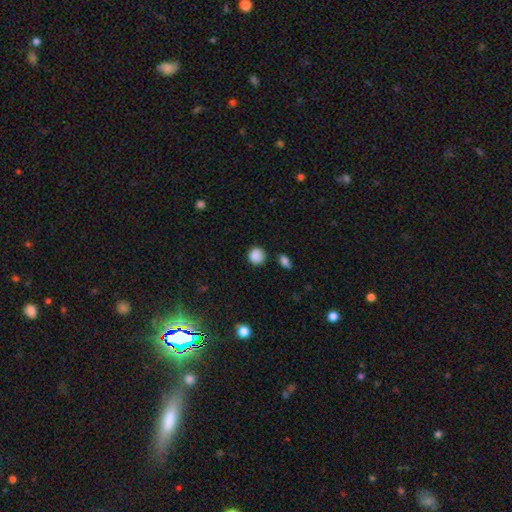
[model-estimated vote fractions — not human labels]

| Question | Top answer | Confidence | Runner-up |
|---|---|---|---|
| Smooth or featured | smooth | 87% | star or artifact (9%) |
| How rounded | round | 91% | in between (8%) |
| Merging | none | 83% | minor disturbance (11%) |